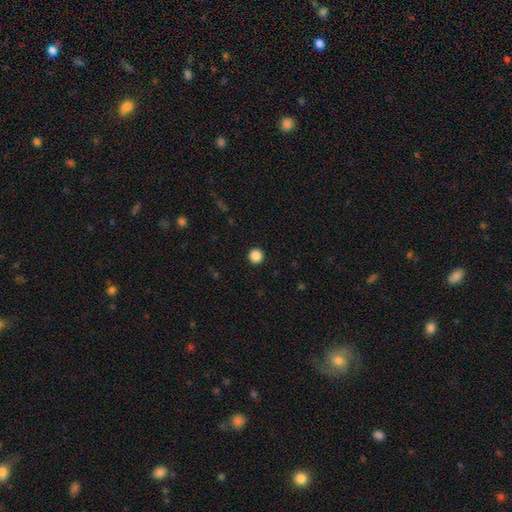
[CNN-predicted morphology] Smooth or featured? smooth (87%)
How rounded? round (96%)
Merging? none (94%)